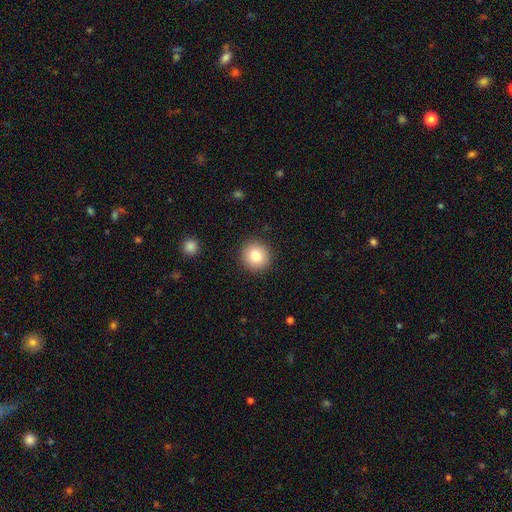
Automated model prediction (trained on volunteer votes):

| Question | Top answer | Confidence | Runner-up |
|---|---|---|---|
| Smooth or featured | smooth | 81% | star or artifact (10%) |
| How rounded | round | 93% | in between (6%) |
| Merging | none | 91% | minor disturbance (6%) |